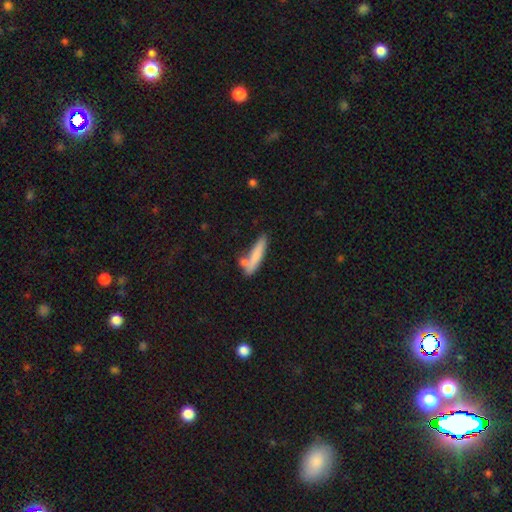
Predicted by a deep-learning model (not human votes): Smooth or featured: smooth — 75% (featured or disk — 19%)
How rounded: cigar-shaped — 85% (in between — 14%)
Merging: none — 63% (merger — 17%)